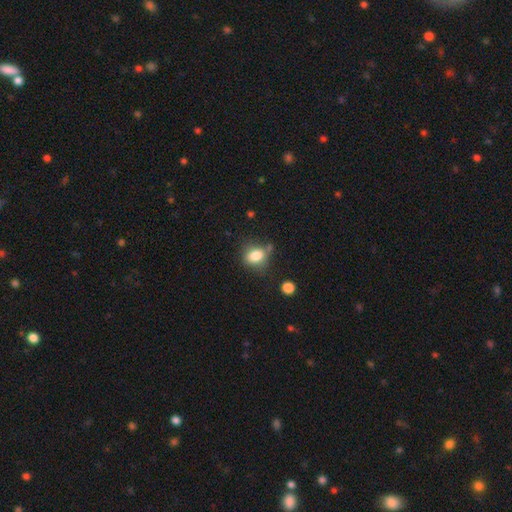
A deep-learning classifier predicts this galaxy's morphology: smooth 79%, star or artifact 11%, featured or disk 10%. Down the decision tree: how rounded — in between (58%); merging — none (58%).